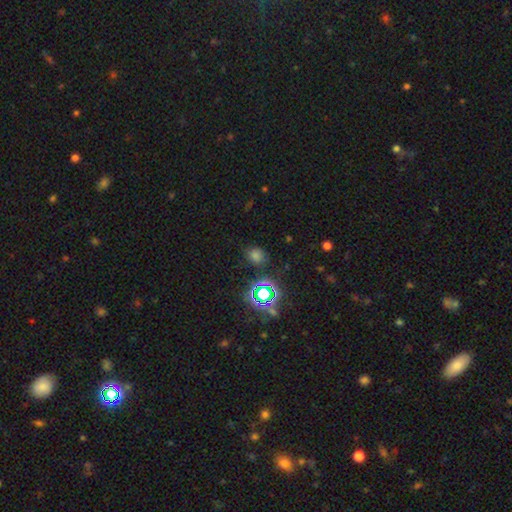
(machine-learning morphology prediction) This is possibly a smooth galaxy (55%). How rounded: likely round (72%). Merging: clearly none (83%).